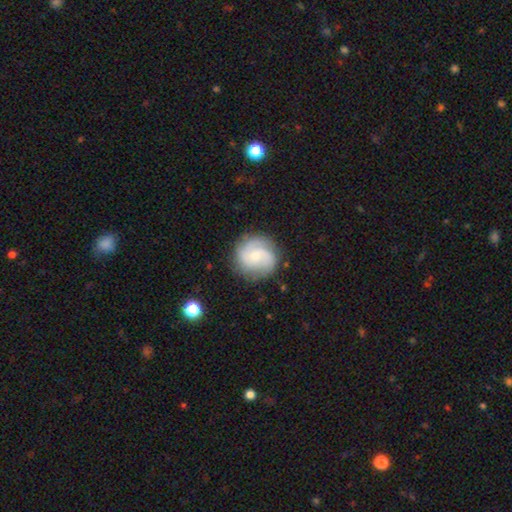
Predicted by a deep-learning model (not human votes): Smooth or featured?
  - featured or disk: 72% *
  - smooth: 22%
  - star or artifact: 6%
Edge-on disk?
  - no: 98% *
  - yes: 2%
Bar?
  - no: 63% *
  - weak: 32%
  - strong: 5%
Spiral arms?
  - yes: 94% *
  - no: 6%
Spiral winding?
  - medium: 43% *
  - tight: 42%
  - loose: 15%
Spiral arm count?
  - 2: 55% *
  - 3: 19%
  - can't tell: 15%
  - 1: 5%
  - 4: 3%
  - more than 4: 3%
Bulge size?
  - small: 51% *
  - moderate: 44%
  - large: 2%
  - none: 2%
  - dominant: 1%
Merging?
  - none: 81% *
  - minor disturbance: 13%
  - major disturbance: 4%
  - merger: 1%